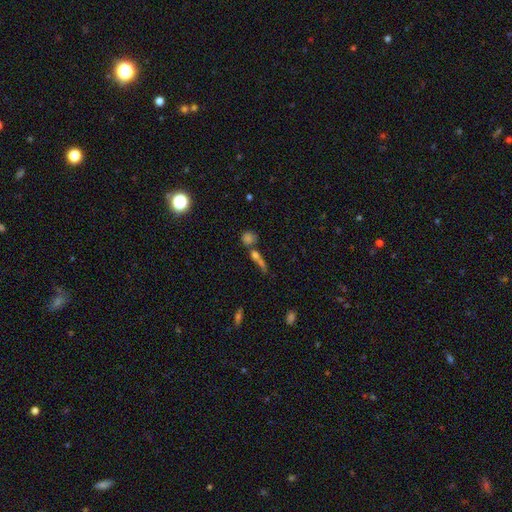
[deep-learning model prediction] smooth-or-featured: star or artifact: 42% | smooth: 37% | featured or disk: 21%